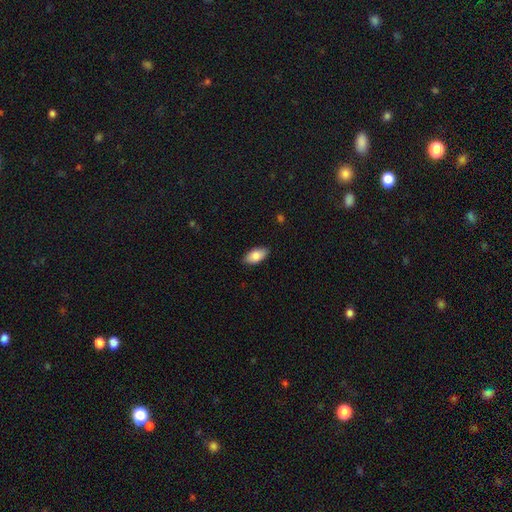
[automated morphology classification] Smooth or featured: smooth — 84% (featured or disk — 10%)
How rounded: in between — 93% (cigar-shaped — 5%)
Merging: none — 86% (minor disturbance — 11%)